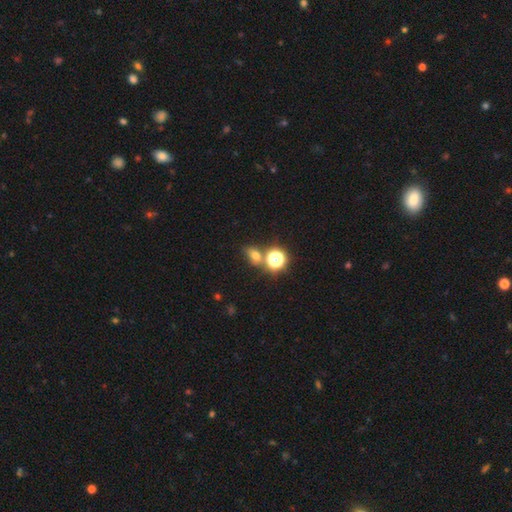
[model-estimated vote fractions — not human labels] Morphology: type=smooth (65%); roundness=in between (59%); merging=none (65%).